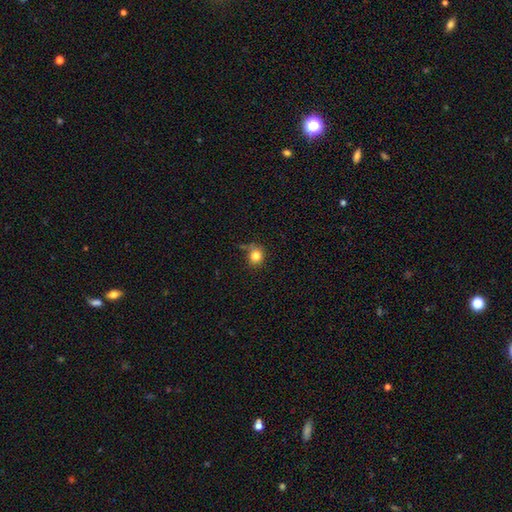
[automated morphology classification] This is clearly a smooth galaxy (82%). How rounded: clearly round (85%). Merging: likely none (71%).